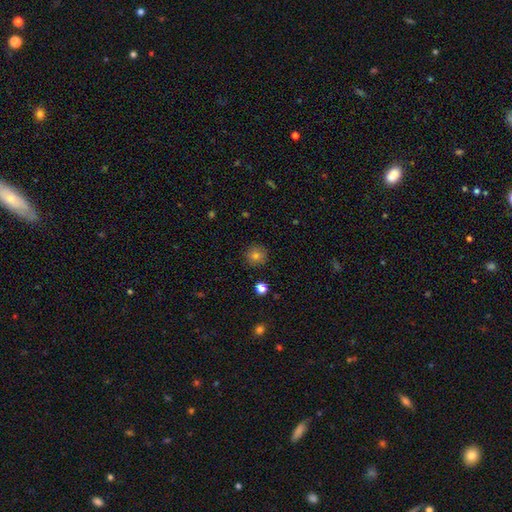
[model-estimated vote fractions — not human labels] Smooth or featured: smooth — 79% (star or artifact — 12%)
How rounded: round — 95% (in between — 5%)
Merging: none — 90% (minor disturbance — 7%)